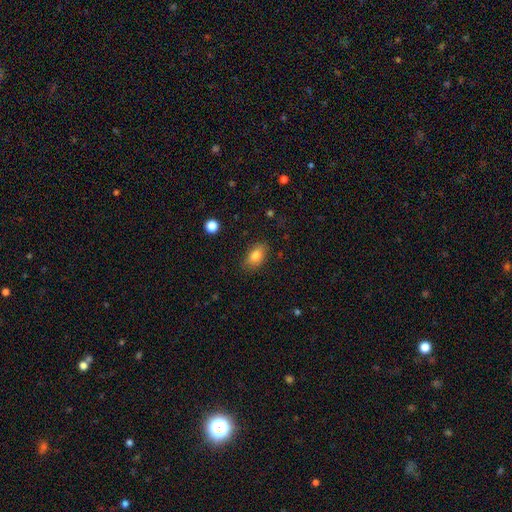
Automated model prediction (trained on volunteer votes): This is clearly a smooth galaxy (81%). How rounded: clearly in between (87%). Merging: clearly none (83%).